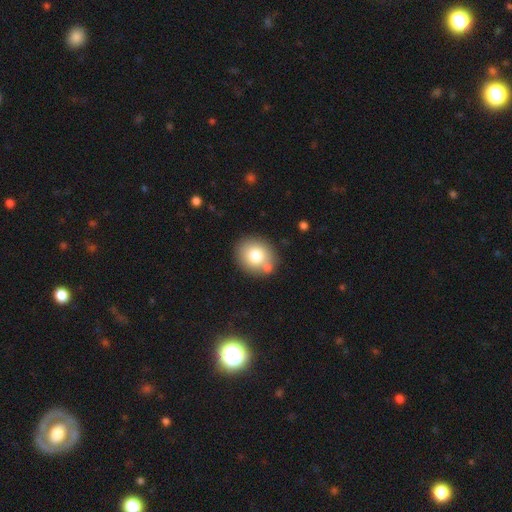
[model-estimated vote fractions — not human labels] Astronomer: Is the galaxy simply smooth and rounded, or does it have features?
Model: smooth — 77%.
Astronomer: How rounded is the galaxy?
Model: round — 72%.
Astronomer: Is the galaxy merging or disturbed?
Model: none — 77%.